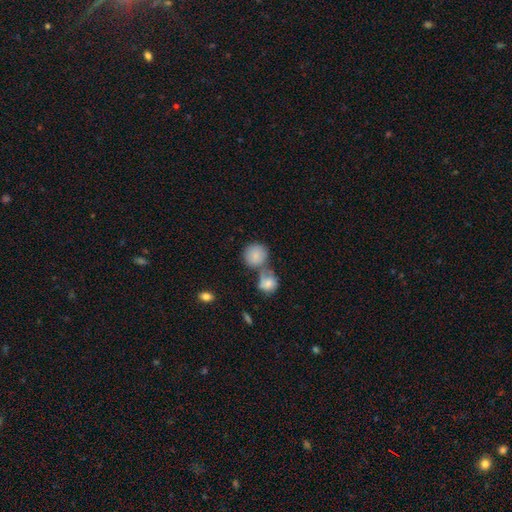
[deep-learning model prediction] smooth_or_featured: smooth (p=0.84) [alt: featured or disk p=0.08]
how_rounded: round (p=0.83) [alt: in between p=0.16]
merging: merger (p=0.43) [alt: none p=0.41]